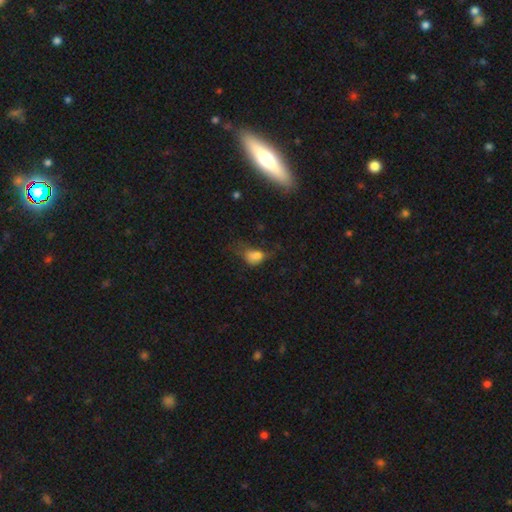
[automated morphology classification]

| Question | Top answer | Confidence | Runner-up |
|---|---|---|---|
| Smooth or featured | smooth | 70% | featured or disk (16%) |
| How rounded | in between | 77% | round (21%) |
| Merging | major disturbance | 45% | minor disturbance (25%) |